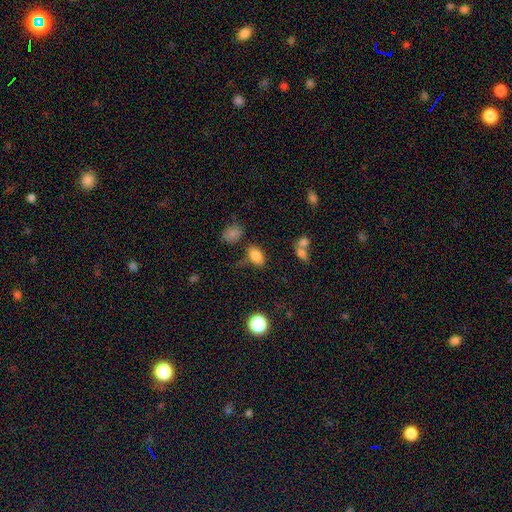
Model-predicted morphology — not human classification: type=smooth (81%); roundness=in between (87%); merging=none (65%).